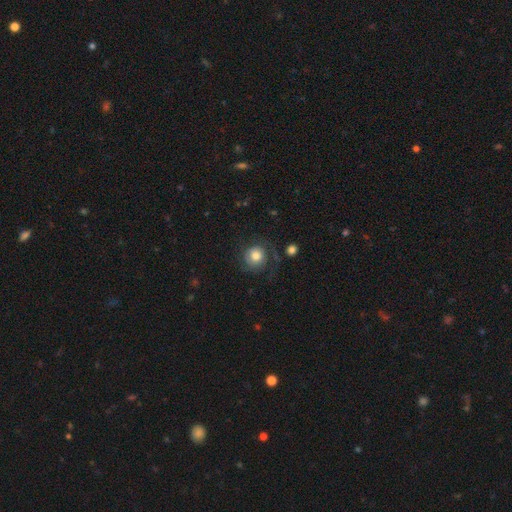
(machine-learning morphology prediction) smooth_or_featured: smooth (p=0.57) [alt: featured or disk p=0.34]
how_rounded: round (p=0.89) [alt: in between p=0.10]
merging: none (p=0.61) [alt: major disturbance p=0.20]